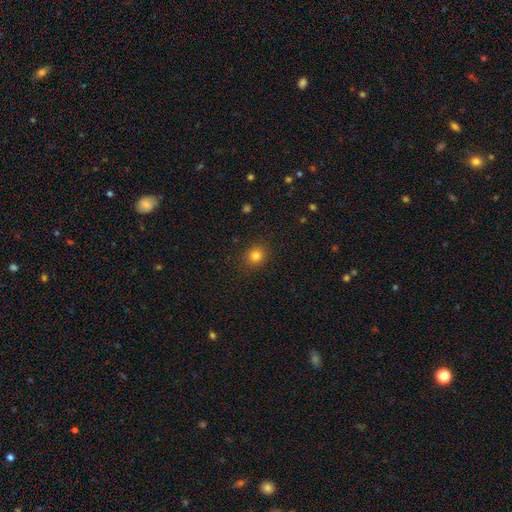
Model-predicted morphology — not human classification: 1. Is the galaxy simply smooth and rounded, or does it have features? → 81% smooth, 13% star or artifact, 6% featured or disk.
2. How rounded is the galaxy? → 85% round, 14% in between, 1% cigar-shaped.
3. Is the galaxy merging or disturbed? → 90% none, 7% minor disturbance, 2% major disturbance, 1% merger.